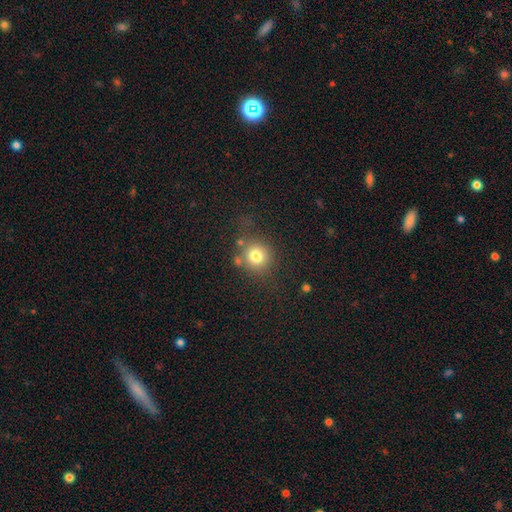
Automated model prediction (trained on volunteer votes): Smooth or featured: smooth — 78% (star or artifact — 13%)
How rounded: round — 86% (in between — 13%)
Merging: none — 70% (minor disturbance — 15%)